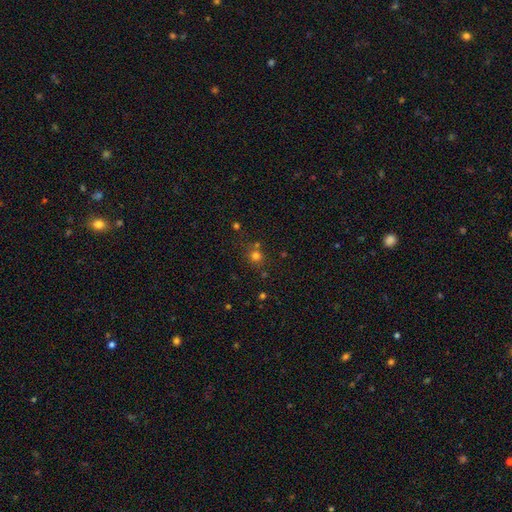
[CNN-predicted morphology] smooth_or_featured: smooth (p=0.73) [alt: star or artifact p=0.20]
how_rounded: round (p=0.89) [alt: in between p=0.10]
merging: none (p=0.72) [alt: merger p=0.14]